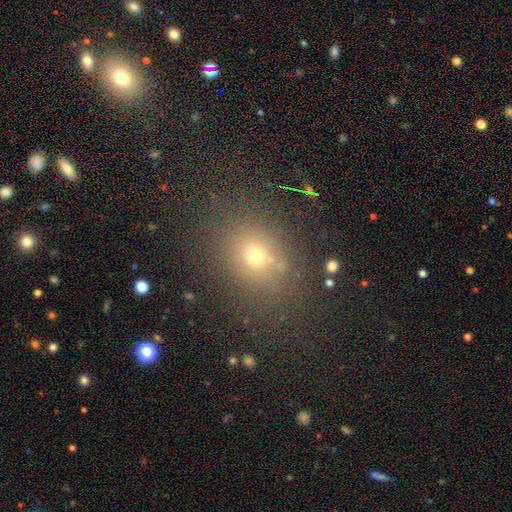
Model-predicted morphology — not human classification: The model was most divided on "how rounded": round: 52%, in between: 46%, cigar-shaped: 2%. More confident: merging — none (81%); smooth or featured — smooth (66%).